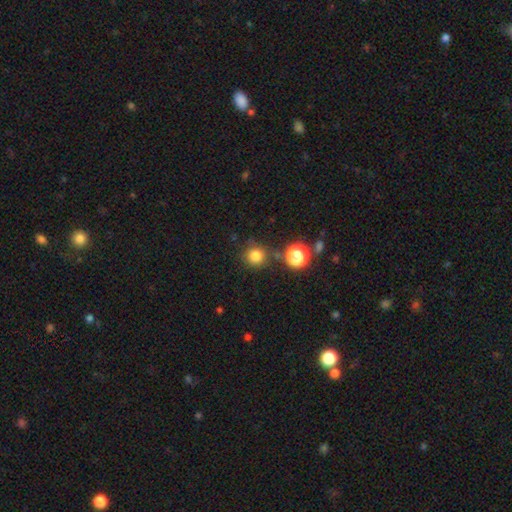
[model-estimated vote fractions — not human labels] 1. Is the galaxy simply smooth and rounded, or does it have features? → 80% smooth, 15% star or artifact, 5% featured or disk.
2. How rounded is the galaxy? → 93% round, 6% in between, 1% cigar-shaped.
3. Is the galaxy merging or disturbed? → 79% none, 11% minor disturbance, 7% merger, 4% major disturbance.